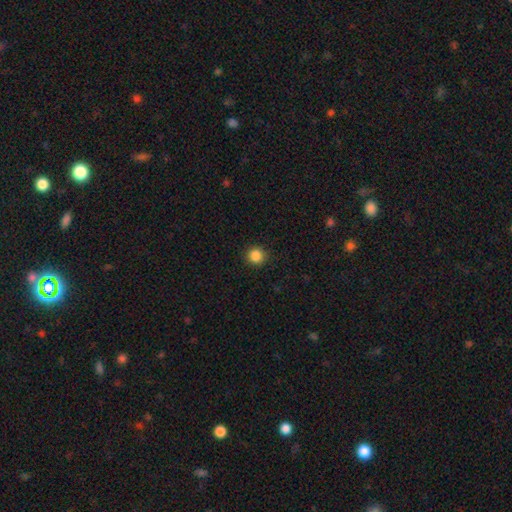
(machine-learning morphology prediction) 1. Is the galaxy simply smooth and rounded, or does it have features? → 86% smooth, 11% star or artifact, 3% featured or disk.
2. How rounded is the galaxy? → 92% round, 7% in between, 1% cigar-shaped.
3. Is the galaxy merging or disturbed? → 91% none, 6% minor disturbance, 2% major disturbance, 1% merger.